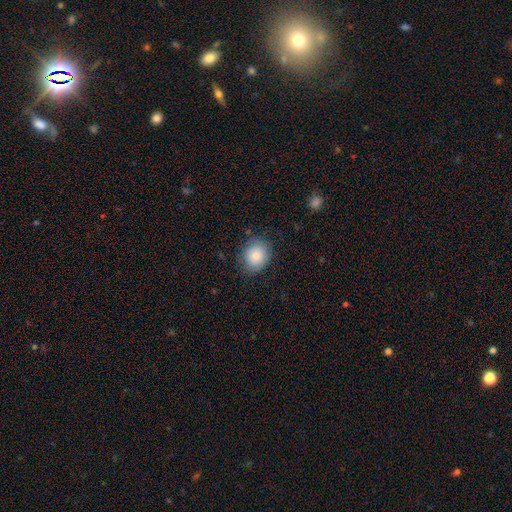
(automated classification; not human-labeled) This appears to be a smooth galaxy with no disk features (85%) that is round (63%). Merging: none (81%).